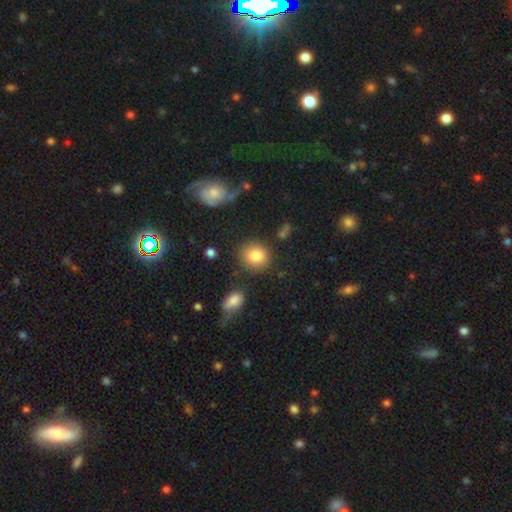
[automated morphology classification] smooth 84%, star or artifact 9%, featured or disk 7%. Down the decision tree: how rounded — round (76%); merging — none (81%).